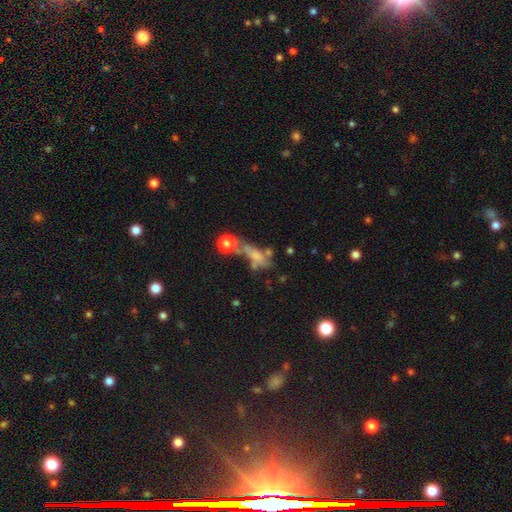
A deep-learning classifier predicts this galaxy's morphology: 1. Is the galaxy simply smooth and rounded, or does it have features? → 46% smooth, 36% featured or disk, 18% star or artifact.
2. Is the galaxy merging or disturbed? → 31% merger, 27% none, 26% major disturbance, 16% minor disturbance.